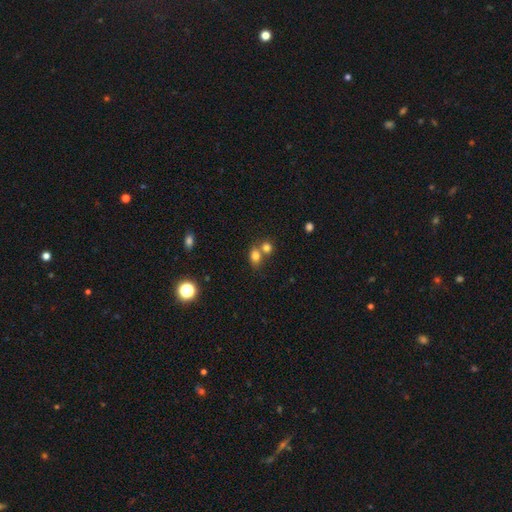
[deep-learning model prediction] Smooth or featured?
  - smooth: 78% *
  - star or artifact: 13%
  - featured or disk: 10%
How rounded?
  - in between: 56% *
  - round: 42%
  - cigar-shaped: 2%
Merging?
  - merger: 47% *
  - none: 41%
  - minor disturbance: 9%
  - major disturbance: 3%